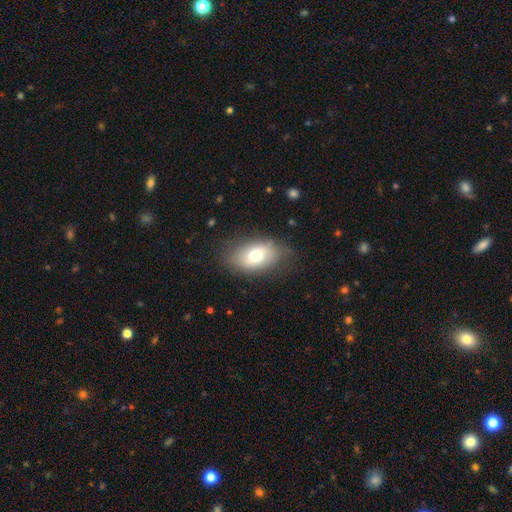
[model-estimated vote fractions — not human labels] Q: Smooth or featured?
A: smooth (70%); runner-up: featured or disk (21%)
Q: How rounded?
A: in between (88%); runner-up: round (10%)
Q: Merging?
A: none (75%); runner-up: minor disturbance (18%)